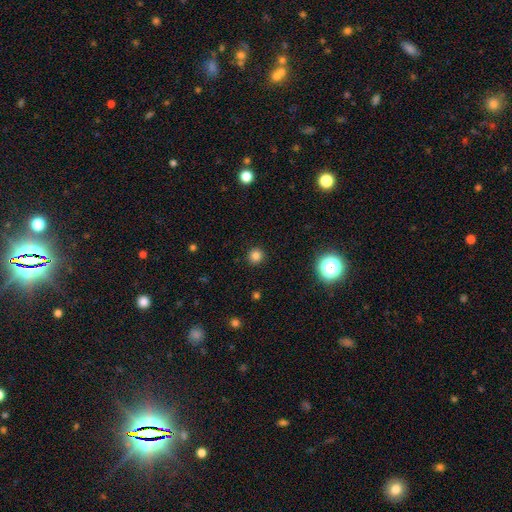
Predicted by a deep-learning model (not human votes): Smooth or featured? smooth (81%)
How rounded? round (94%)
Merging? none (92%)